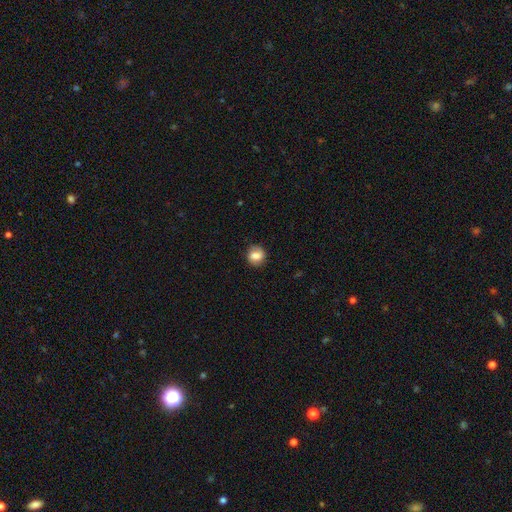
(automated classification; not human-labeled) Q: Smooth or featured?
A: smooth (75%); runner-up: featured or disk (16%)
Q: How rounded?
A: round (75%); runner-up: in between (24%)
Q: Merging?
A: none (82%); runner-up: minor disturbance (13%)